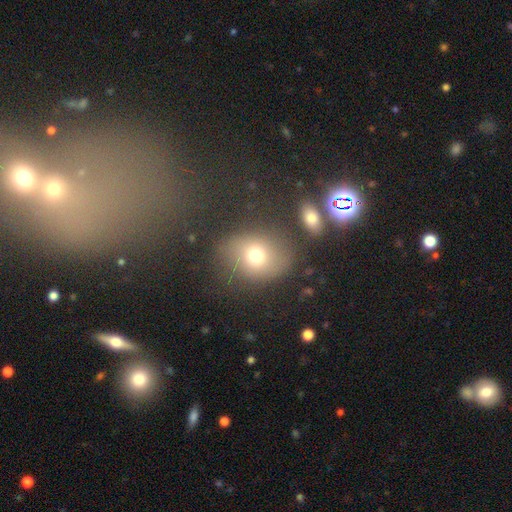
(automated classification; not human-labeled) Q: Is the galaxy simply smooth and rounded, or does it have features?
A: smooth — 69%.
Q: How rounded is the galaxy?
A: round — 60%.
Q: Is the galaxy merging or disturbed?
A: none — 70%.